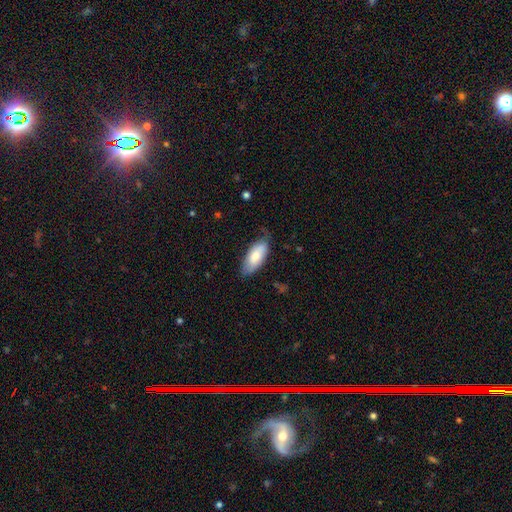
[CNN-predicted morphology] Smooth or featured? Predicted: smooth (p=0.81). How rounded? Predicted: in between (p=0.86). Merging? Predicted: none (p=0.69).